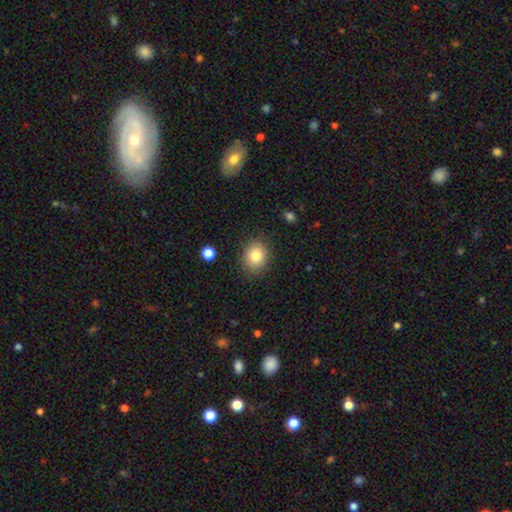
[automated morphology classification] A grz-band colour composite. It shows a smooth galaxy with no disk features (82%) that is round (60%). Merging: none (86%).